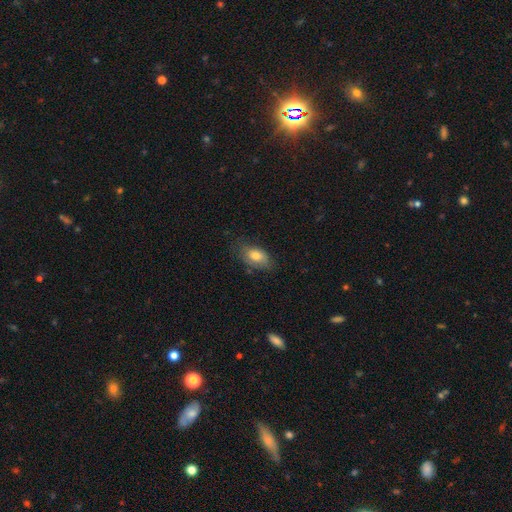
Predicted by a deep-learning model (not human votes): Q: Smooth or featured?
A: smooth (74%); runner-up: featured or disk (18%)
Q: How rounded?
A: in between (89%); runner-up: round (9%)
Q: Merging?
A: none (61%); runner-up: minor disturbance (28%)